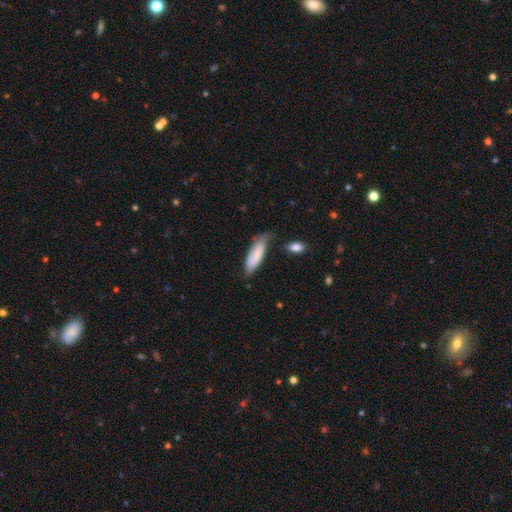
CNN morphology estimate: type=smooth (72%); roundness=in between (57%); merging=none (47%).